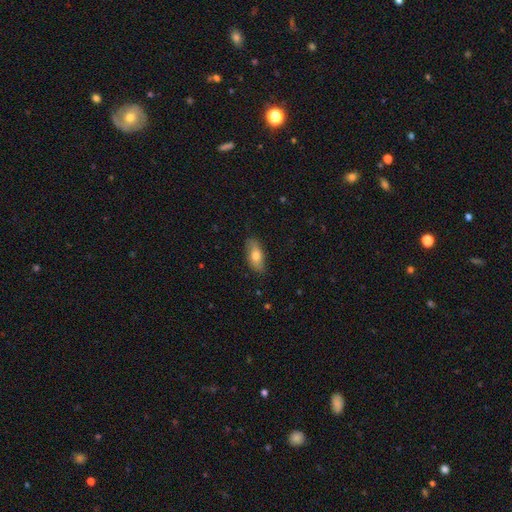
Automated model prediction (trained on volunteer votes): Morphology: type=smooth (73%); roundness=in between (84%); merging=none (84%).